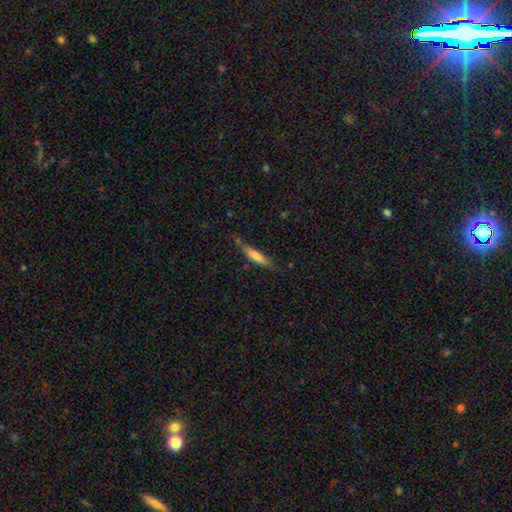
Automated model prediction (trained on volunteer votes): Smooth or featured? smooth (59%)
How rounded? cigar-shaped (87%)
Merging? none (75%)